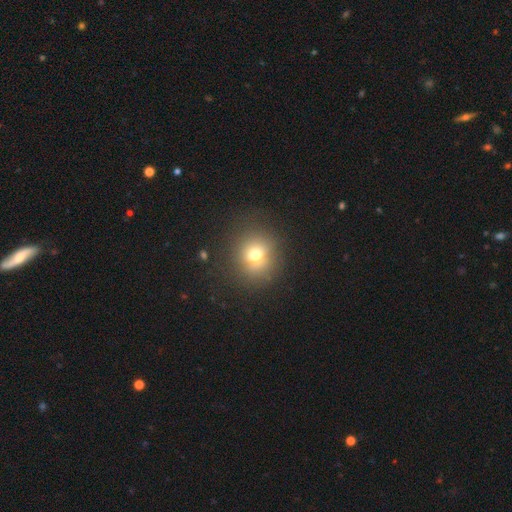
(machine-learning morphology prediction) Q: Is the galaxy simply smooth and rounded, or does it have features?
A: smooth — 69%.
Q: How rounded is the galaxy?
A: round — 86%.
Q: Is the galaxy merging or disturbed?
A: none — 79%.